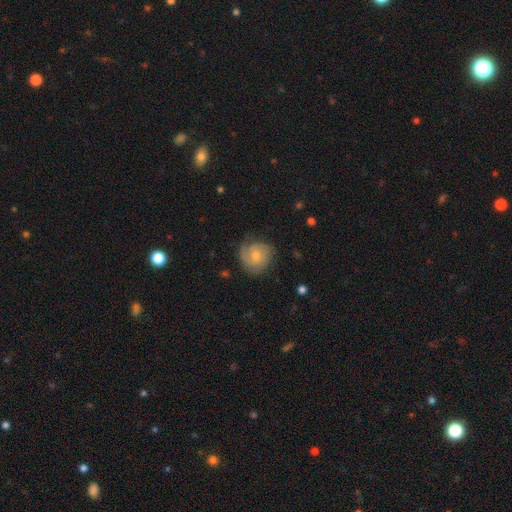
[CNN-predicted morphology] smooth_or_featured: featured or disk (p=0.56) [alt: smooth p=0.37]
disk_edge_on: no (p=0.97) [alt: yes p=0.03]
bar: no (p=0.72) [alt: weak p=0.25]
has_spiral_arms: yes (p=0.88) [alt: no p=0.12]
bulge_size: moderate (p=0.52) [alt: small p=0.41]
merging: none (p=0.68) [alt: minor disturbance p=0.21]